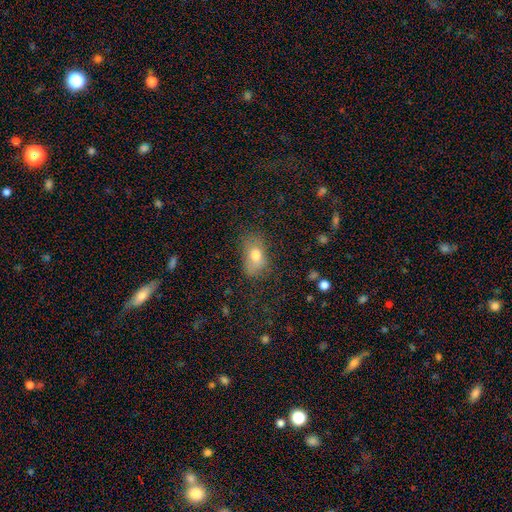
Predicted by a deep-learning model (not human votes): Morphology: type=smooth (74%); roundness=in between (83%); merging=none (48%).